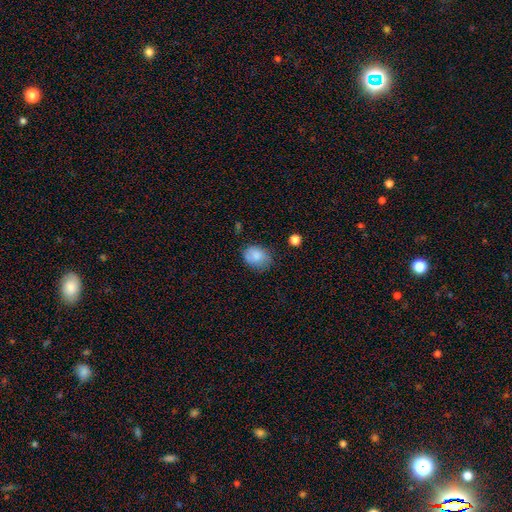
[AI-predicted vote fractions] smooth_or_featured: smooth (p=0.80) [alt: featured or disk p=0.12]
how_rounded: in between (p=0.59) [alt: round p=0.40]
merging: none (p=0.62) [alt: minor disturbance p=0.28]